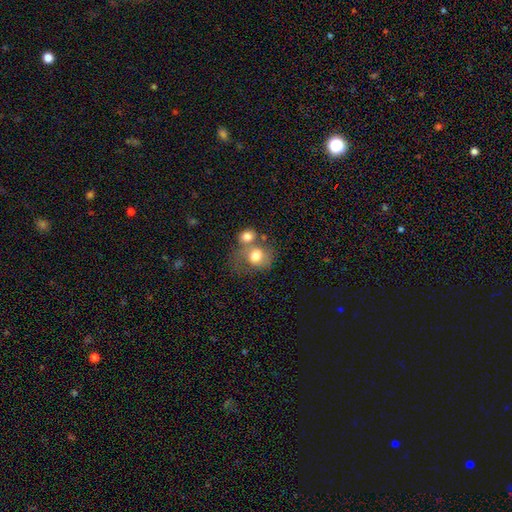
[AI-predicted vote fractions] Smooth or featured? Predicted: smooth (p=0.73). How rounded? Predicted: round (p=0.64). Merging? Predicted: merger (p=0.45).